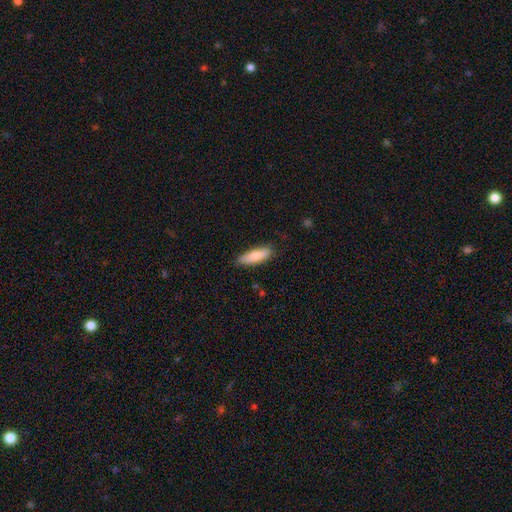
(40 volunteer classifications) smooth 85%, featured or disk 8%, star or artifact 8%. Down the decision tree: how rounded — in between (53%); merging — none (92%).